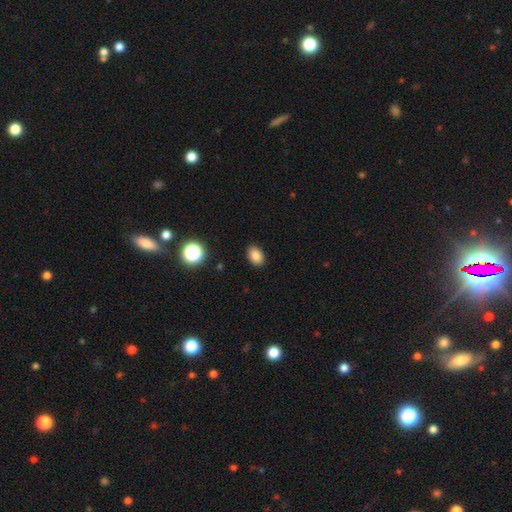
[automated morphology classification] Smooth or featured? smooth (85%)
How rounded? in between (82%)
Merging? none (89%)